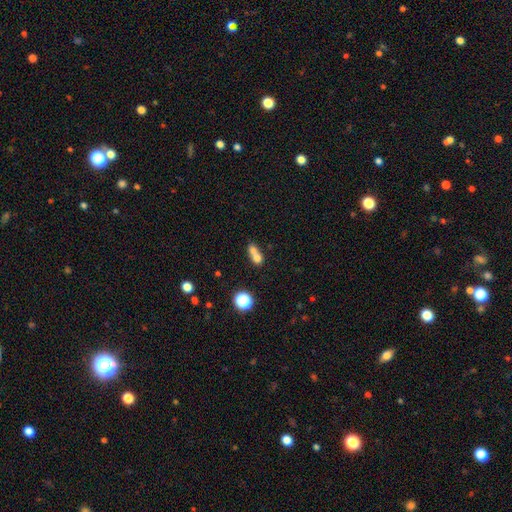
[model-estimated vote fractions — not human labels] This is likely a smooth galaxy (69%). How rounded: possibly round (57%). Merging: likely merger (67%).